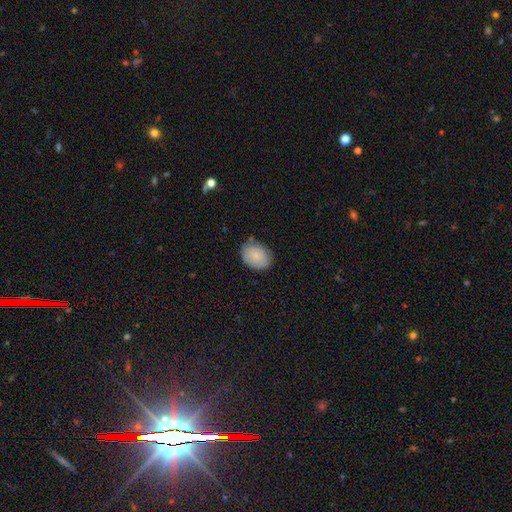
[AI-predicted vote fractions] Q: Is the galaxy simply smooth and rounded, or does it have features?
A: smooth — 80%.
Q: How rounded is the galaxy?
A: in between — 66%.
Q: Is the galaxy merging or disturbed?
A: none — 72%.